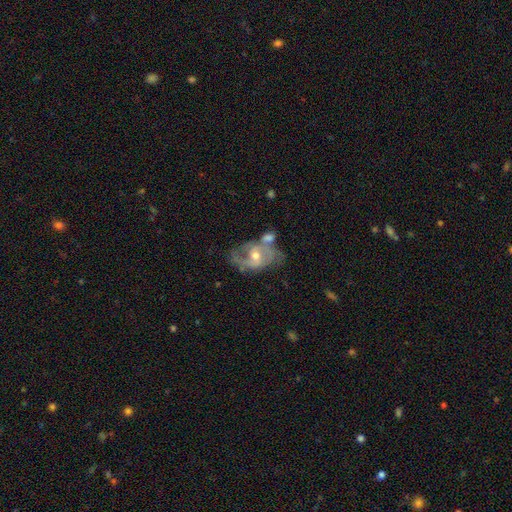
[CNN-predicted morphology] Q: Smooth or featured?
A: featured or disk (78%); runner-up: smooth (15%)
Q: Edge-on disk?
A: no (95%); runner-up: yes (5%)
Q: Bar?
A: weak (43%); runner-up: no (40%)
Q: Spiral arms?
A: yes (82%); runner-up: no (18%)
Q: Spiral winding?
A: medium (47%); runner-up: loose (28%)
Q: Spiral arm count?
A: 2 (72%); runner-up: can't tell (16%)
Q: Bulge size?
A: moderate (64%); runner-up: small (31%)
Q: Merging?
A: none (44%); runner-up: merger (24%)